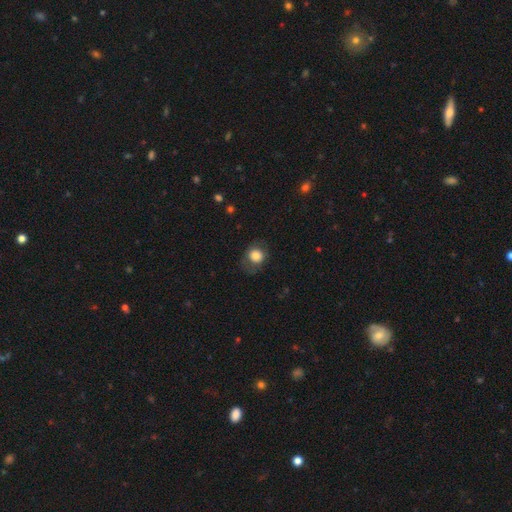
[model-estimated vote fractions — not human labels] A smooth galaxy with no disk features (81%) that is round (76%).

Vote fractions:
- Smooth or featured? smooth: 81% / featured or disk: 10% / star or artifact: 9%
- How rounded? round: 76% / in between: 23% / cigar-shaped: 1%
- Merging? none: 63% / minor disturbance: 22% / major disturbance: 14% / merger: 1%